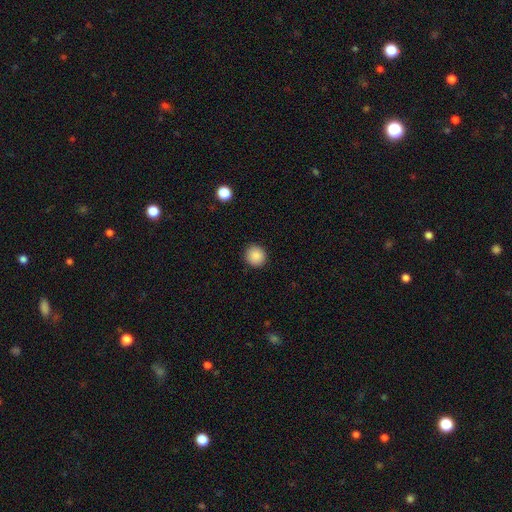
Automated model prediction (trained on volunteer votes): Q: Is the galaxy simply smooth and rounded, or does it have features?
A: smooth — 88%.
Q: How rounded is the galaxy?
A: round — 91%.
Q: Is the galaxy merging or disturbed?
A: none — 91%.